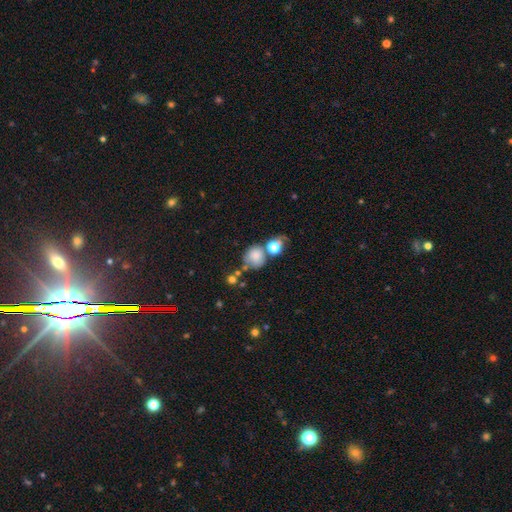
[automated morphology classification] This is likely a smooth galaxy (76%). How rounded: likely round (77%). Merging: marginally none (45%).